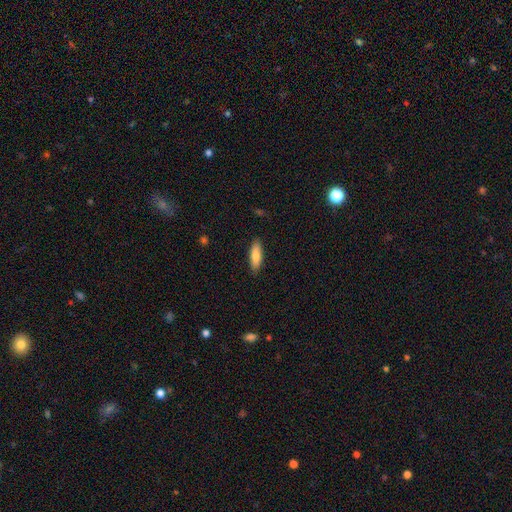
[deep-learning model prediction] smooth-or-featured: smooth: 82% | featured or disk: 12% | star or artifact: 6%
  how-rounded: in between: 52% | cigar-shaped: 46% | round: 2%
  merging: none: 87% | minor disturbance: 10% | major disturbance: 2% | merger: 1%